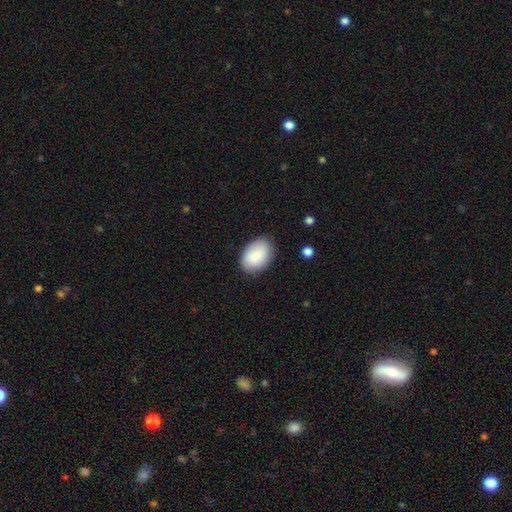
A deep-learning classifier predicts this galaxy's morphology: A smooth galaxy with no disk features (86%) that is in between round and cigar-shaped (88%). Merging: none (84%).